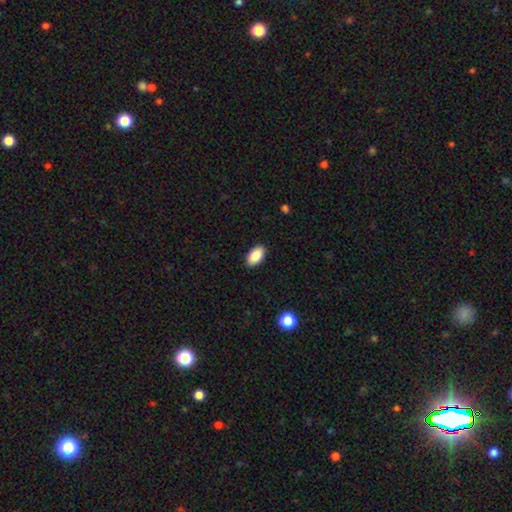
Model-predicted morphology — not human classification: Smooth or featured: smooth — 88% (star or artifact — 7%)
How rounded: in between — 94% (round — 4%)
Merging: none — 90% (minor disturbance — 8%)